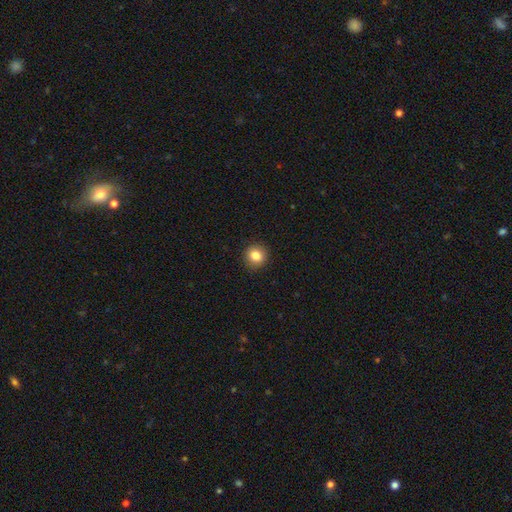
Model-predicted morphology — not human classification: type=smooth (84%); roundness=round (90%); merging=none (92%).